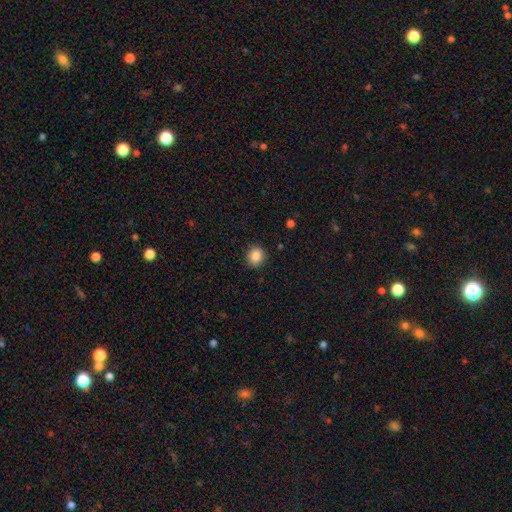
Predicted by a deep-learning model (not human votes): Overall: smooth (87%). How rounded: round (77%). Merging: none (87%).